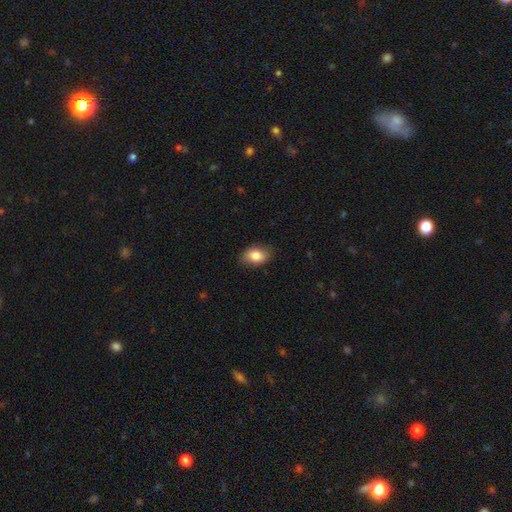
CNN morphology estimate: smooth_or_featured: smooth (p=0.85) [alt: featured or disk p=0.08]
how_rounded: in between (p=0.84) [alt: round p=0.14]
merging: none (p=0.82) [alt: minor disturbance p=0.14]